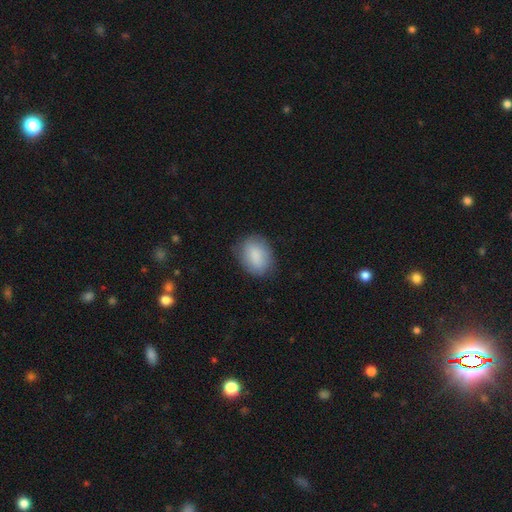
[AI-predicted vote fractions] Overall: smooth (84%). How rounded: in between (71%). Merging: none (76%).